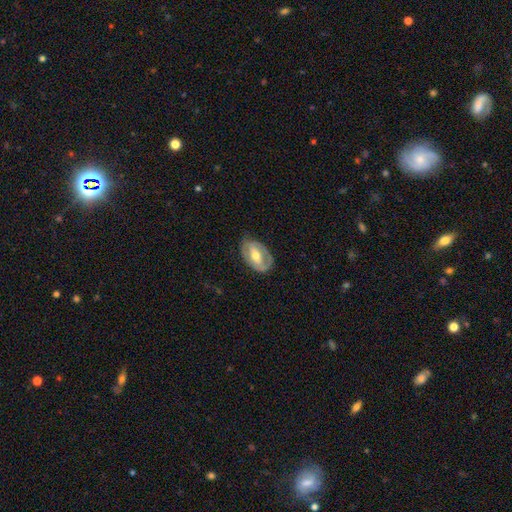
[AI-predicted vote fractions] featured or disk 63%, smooth 32%, star or artifact 6%. Down the decision tree: edge-on disk — no (93%); bar — weak (36%); spiral arms — yes (56%); bulge size — moderate (66%); merging — none (69%).